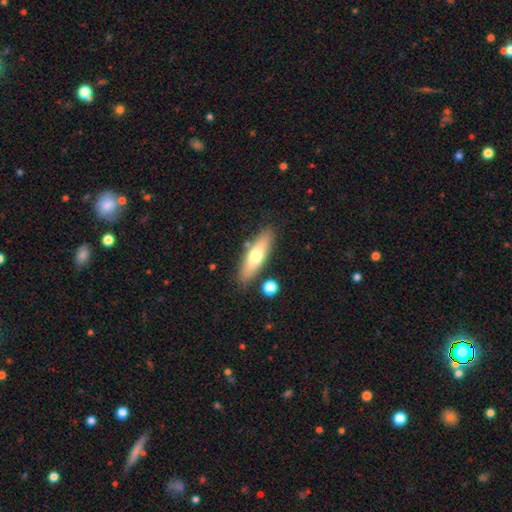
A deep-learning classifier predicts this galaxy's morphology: Q: Smooth or featured?
A: smooth (60%); runner-up: featured or disk (34%)
Q: How rounded?
A: cigar-shaped (57%); runner-up: in between (40%)
Q: Merging?
A: none (83%); runner-up: minor disturbance (10%)